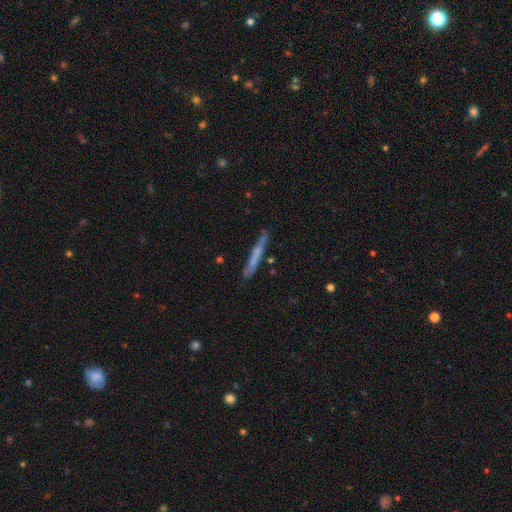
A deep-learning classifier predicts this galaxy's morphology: Smooth or featured?
  - smooth: 52% *
  - featured or disk: 41%
  - star or artifact: 7%
How rounded?
  - cigar-shaped: 96% *
  - in between: 3%
  - round: 2%
Merging?
  - none: 82% *
  - minor disturbance: 13%
  - major disturbance: 2%
  - merger: 2%